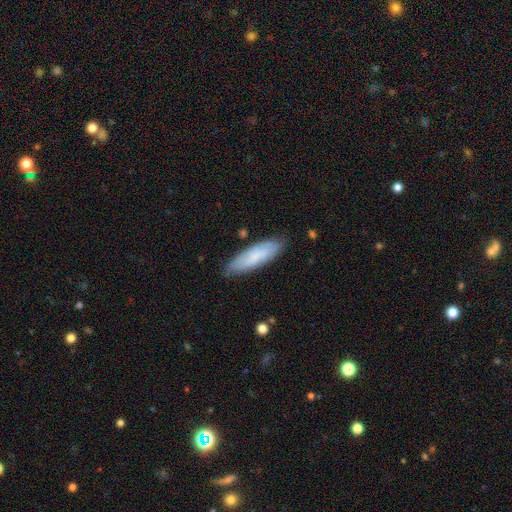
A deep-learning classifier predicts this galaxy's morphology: smooth 71%, featured or disk 22%, star or artifact 6%. Down the decision tree: how rounded — cigar-shaped (56%); merging — none (82%).